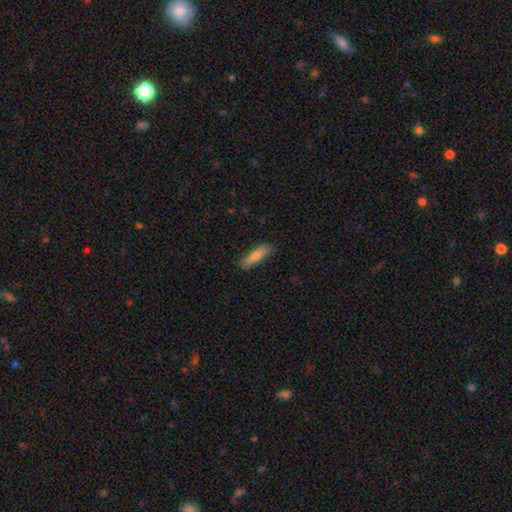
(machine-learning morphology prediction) This is likely a smooth galaxy (71%). How rounded: likely cigar-shaped (69%). Merging: clearly none (85%).